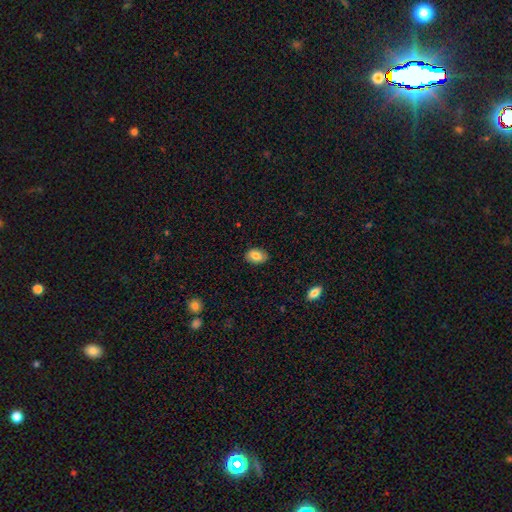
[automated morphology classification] smooth_or_featured: smooth (p=0.82) [alt: featured or disk p=0.11]
how_rounded: in between (p=0.83) [alt: round p=0.16]
merging: none (p=0.86) [alt: minor disturbance p=0.11]